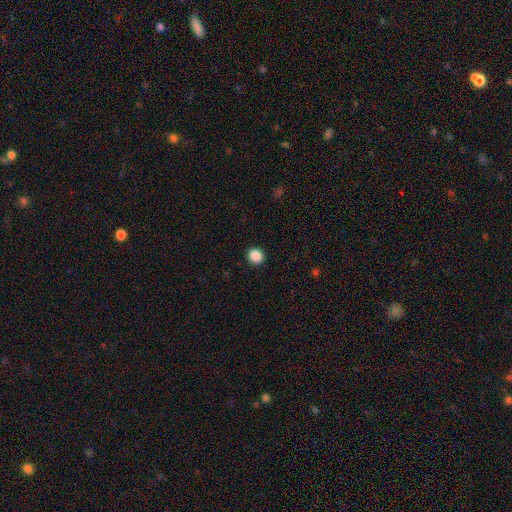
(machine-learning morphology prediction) type=smooth (88%); roundness=round (86%); merging=none (93%).